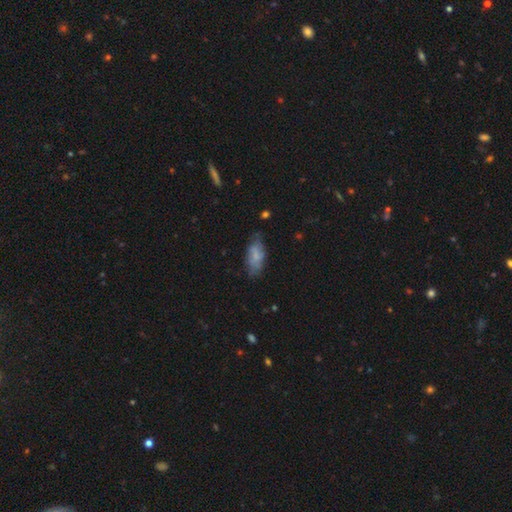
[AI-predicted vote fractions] This appears to be a smooth galaxy with no disk features (72%) that is in between round and cigar-shaped (86%). Merging: none (61%).